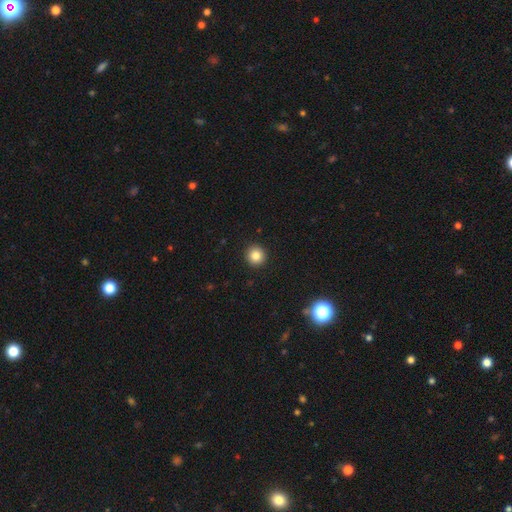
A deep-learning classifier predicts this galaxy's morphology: Smooth or featured? smooth (84%)
How rounded? round (94%)
Merging? none (93%)